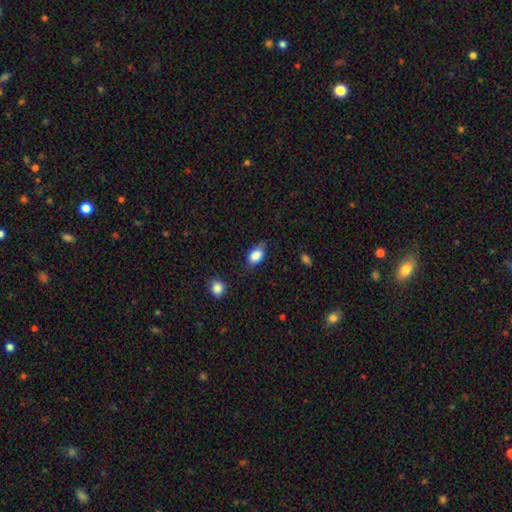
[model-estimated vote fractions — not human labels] Smooth or featured? smooth (84%)
How rounded? in between (87%)
Merging? none (64%)